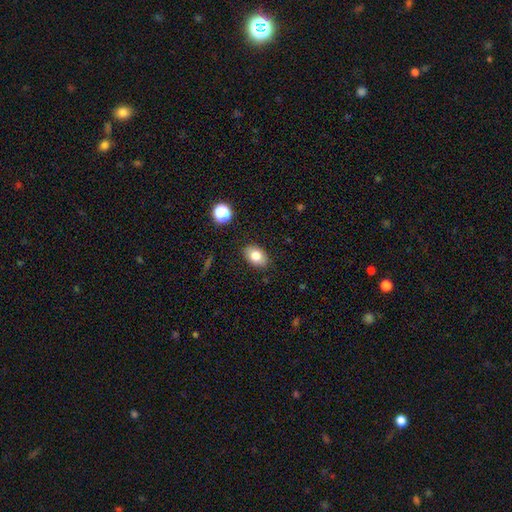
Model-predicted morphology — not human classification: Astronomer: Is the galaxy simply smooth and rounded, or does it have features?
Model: smooth — 81%.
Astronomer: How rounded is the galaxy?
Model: in between — 82%.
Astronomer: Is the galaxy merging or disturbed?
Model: none — 86%.